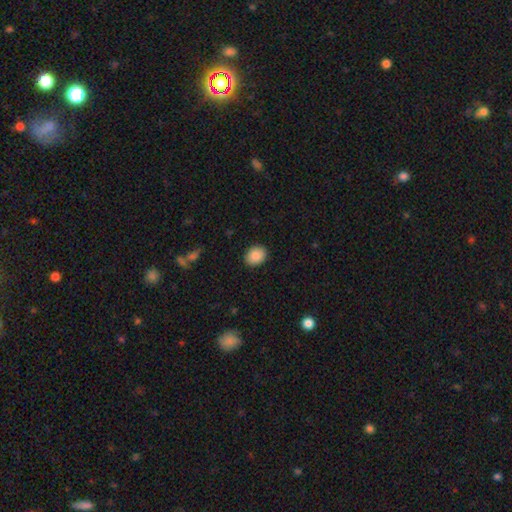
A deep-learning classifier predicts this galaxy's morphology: The model was most divided on "how rounded": in between: 52%, round: 47%, cigar-shaped: 1%. More confident: smooth or featured — smooth (89%); merging — none (89%).